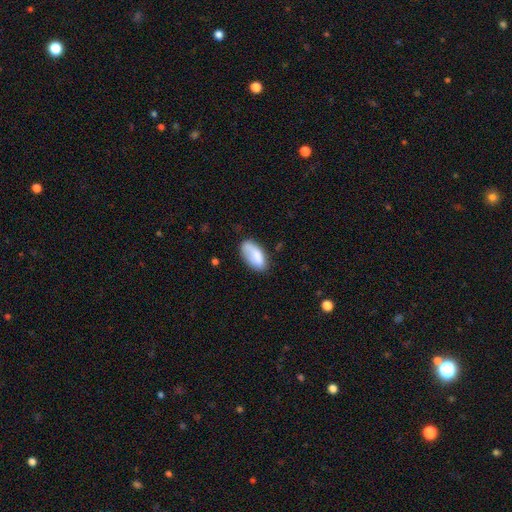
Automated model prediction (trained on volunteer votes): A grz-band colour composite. It shows a smooth galaxy with no disk features (79%) that is in between round and cigar-shaped (92%). Merging: none (61%).